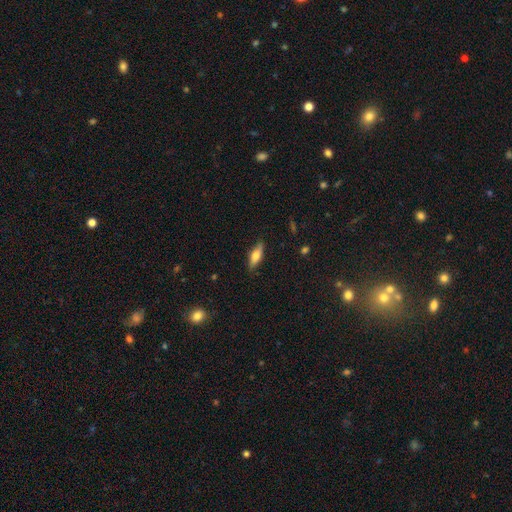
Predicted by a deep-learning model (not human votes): A smooth galaxy with no disk features (62%) that is in between round and cigar-shaped (54%).

Vote fractions:
- Smooth or featured? smooth: 62% / featured or disk: 31% / star or artifact: 7%
- How rounded? in between: 54% / cigar-shaped: 43% / round: 3%
- Merging? none: 84% / minor disturbance: 12% / major disturbance: 2% / merger: 1%